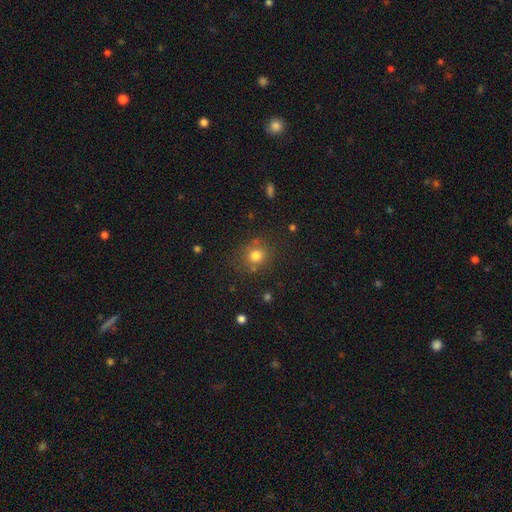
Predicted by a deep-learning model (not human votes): A smooth galaxy with no disk features (78%) that is round (85%).

Vote fractions:
- Smooth or featured? smooth: 78% / star or artifact: 14% / featured or disk: 8%
- How rounded? round: 85% / in between: 14% / cigar-shaped: 1%
- Merging? none: 77% / minor disturbance: 12% / merger: 6% / major disturbance: 5%